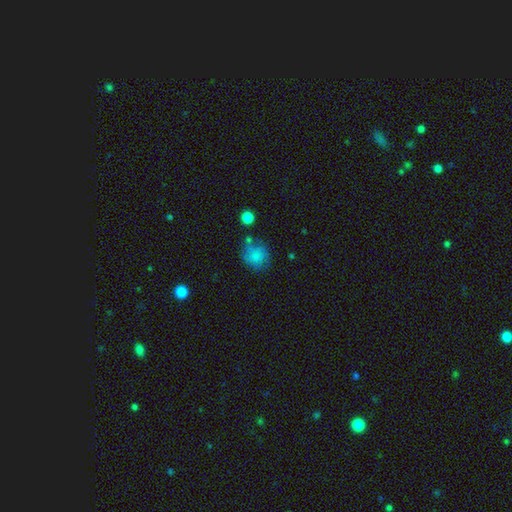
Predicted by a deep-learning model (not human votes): A smooth galaxy with no disk features (81%) that is round (83%). Merging: none (65%).